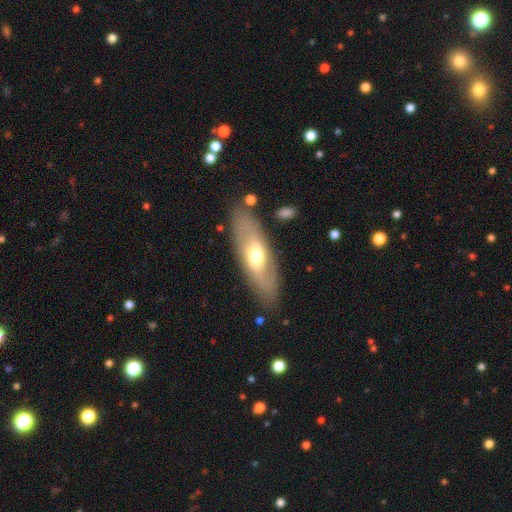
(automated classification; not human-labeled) This is possibly a featured or disk galaxy (49%). Merging: clearly none (82%).